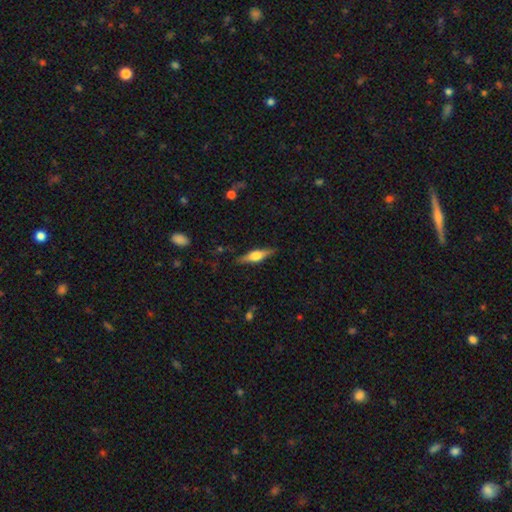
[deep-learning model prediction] Morphology: type=featured or disk (60%); edge-on=yes (96%); edge-on bulge=rounded (90%); merging=none (86%).